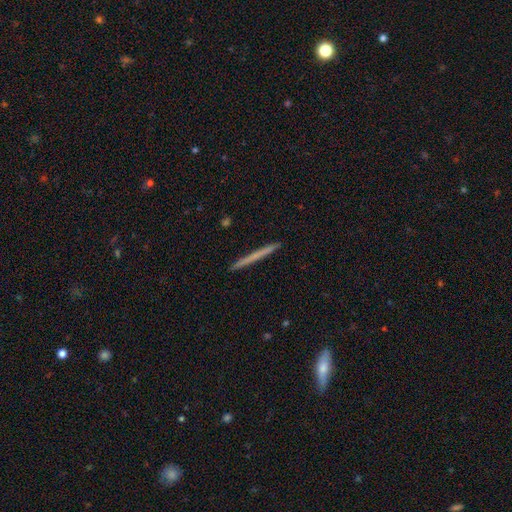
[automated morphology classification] A smooth galaxy with no disk features (54%) that is cigar-shaped (97%).

Vote fractions:
- Smooth or featured? smooth: 54% / featured or disk: 41% / star or artifact: 6%
- How rounded? cigar-shaped: 97% / in between: 1% / round: 1%
- Merging? none: 93% / minor disturbance: 5% / major disturbance: 1% / merger: 1%